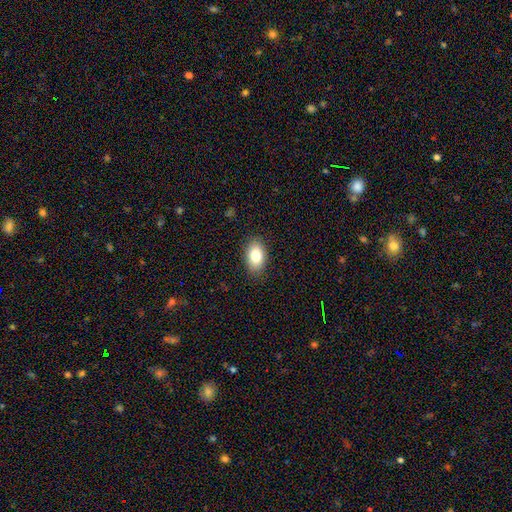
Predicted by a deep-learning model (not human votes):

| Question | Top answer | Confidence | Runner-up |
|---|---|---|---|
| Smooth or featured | smooth | 82% | featured or disk (11%) |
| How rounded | in between | 91% | round (8%) |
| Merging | none | 87% | minor disturbance (9%) |